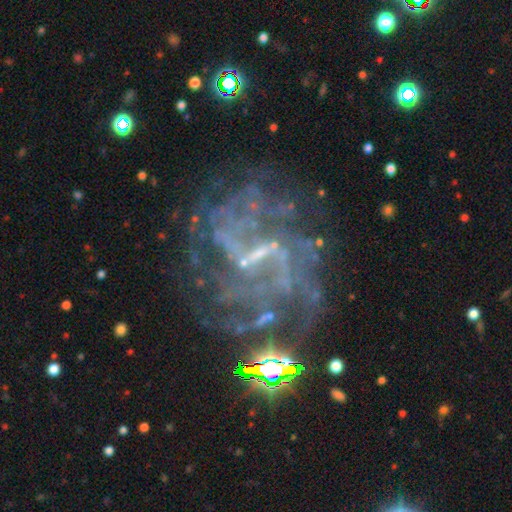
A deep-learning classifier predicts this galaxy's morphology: Q: Smooth or featured?
A: featured or disk (69%); runner-up: star or artifact (22%)
Q: Edge-on disk?
A: no (96%); runner-up: yes (4%)
Q: Bar?
A: weak (45%); runner-up: strong (28%)
Q: Spiral arms?
A: yes (92%); runner-up: no (8%)
Q: Spiral winding?
A: tight (45%); runner-up: medium (37%)
Q: Spiral arm count?
A: can't tell (32%); runner-up: 2 (18%)
Q: Bulge size?
A: small (62%); runner-up: none (23%)
Q: Merging?
A: none (69%); runner-up: minor disturbance (14%)